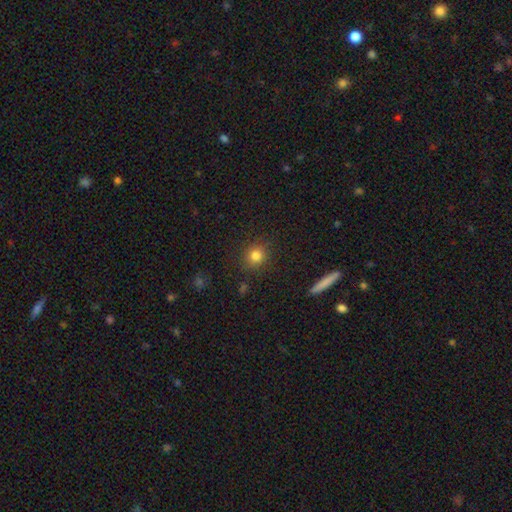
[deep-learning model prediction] smooth 82%, star or artifact 12%, featured or disk 6%. Down the decision tree: how rounded — round (86%); merging — none (87%).